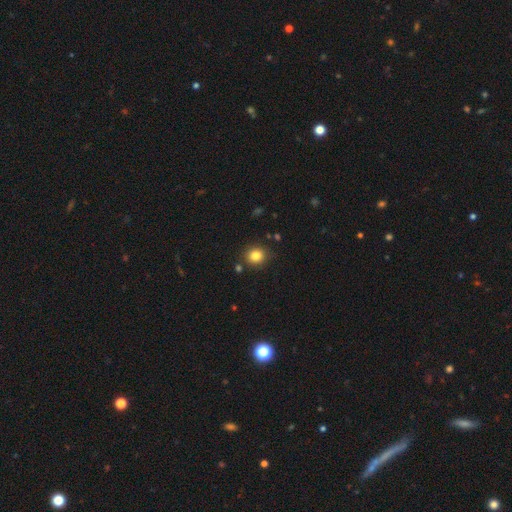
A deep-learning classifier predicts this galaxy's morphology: smooth_or_featured: smooth (p=0.83) [alt: star or artifact p=0.11]
how_rounded: round (p=0.85) [alt: in between p=0.14]
merging: none (p=0.84) [alt: minor disturbance p=0.09]